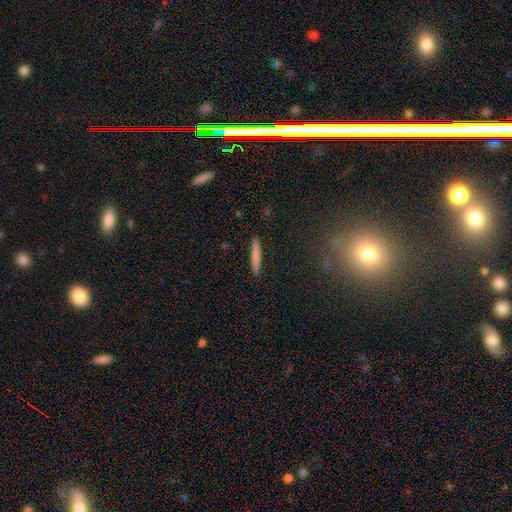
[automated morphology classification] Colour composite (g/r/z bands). It shows a smooth galaxy with no disk features (75%) that is cigar-shaped (96%). Merging: none (91%).